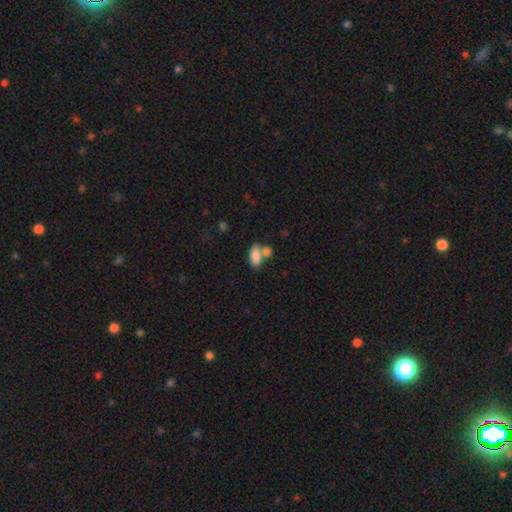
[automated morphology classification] Smooth or featured? smooth (84%)
How rounded? in between (87%)
Merging? merger (43%)